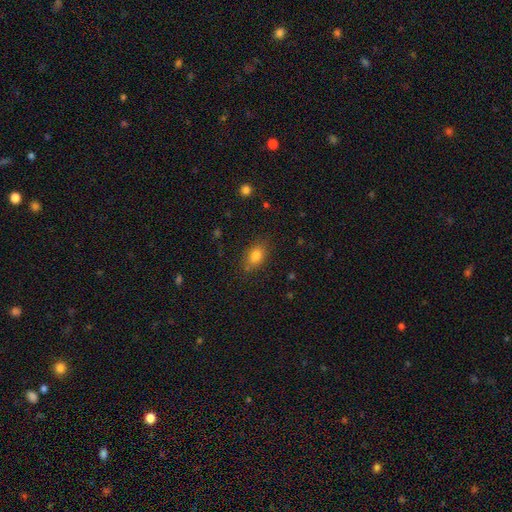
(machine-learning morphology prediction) This is clearly a smooth galaxy (82%). How rounded: clearly in between (81%). Merging: likely none (80%).